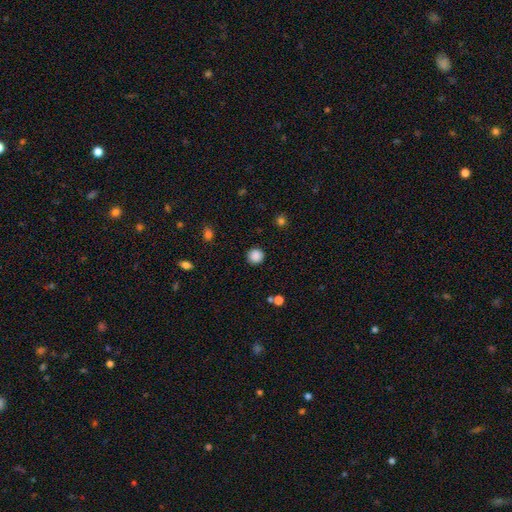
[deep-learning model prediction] This appears to be a smooth galaxy with no disk features (87%) that is round (94%). Merging: none (91%).